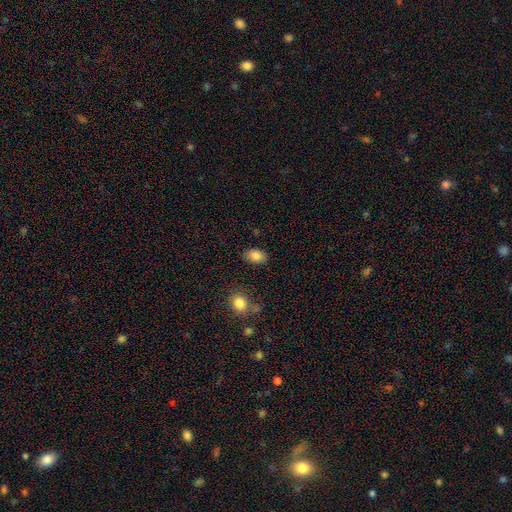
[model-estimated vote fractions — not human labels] Smooth or featured?
  - smooth: 85% *
  - star or artifact: 8%
  - featured or disk: 7%
How rounded?
  - in between: 84% *
  - round: 15%
  - cigar-shaped: 1%
Merging?
  - none: 82% *
  - minor disturbance: 12%
  - major disturbance: 3%
  - merger: 3%